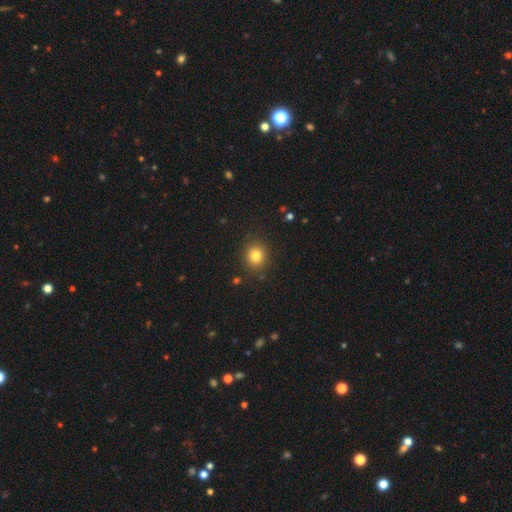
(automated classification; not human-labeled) A smooth galaxy with no disk features (81%) that is round (78%). Merging: none (88%).